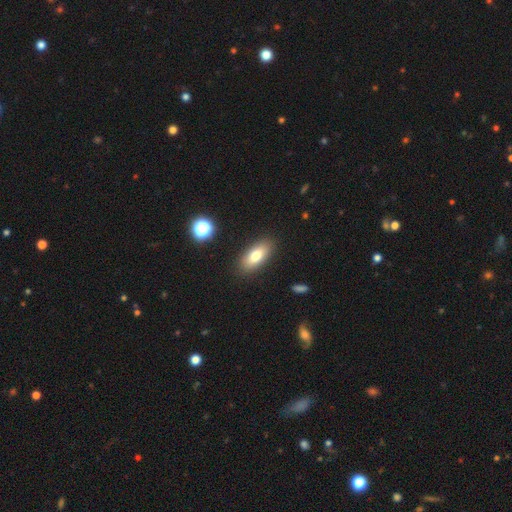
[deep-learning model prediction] Overall: smooth (76%). How rounded: in between (84%). Merging: none (87%).